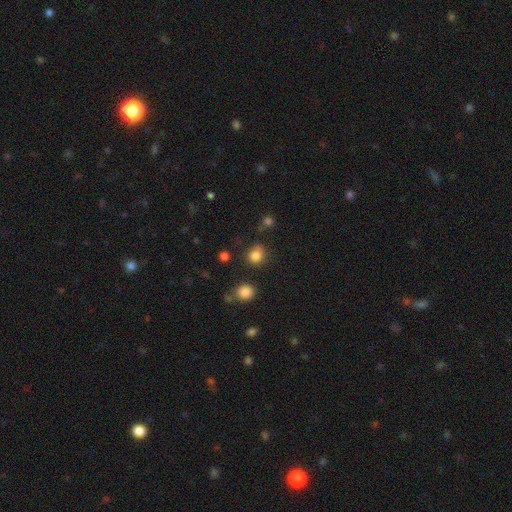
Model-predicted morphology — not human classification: smooth_or_featured: smooth (p=0.82) [alt: star or artifact p=0.13]
how_rounded: round (p=0.84) [alt: in between p=0.15]
merging: none (p=0.73) [alt: minor disturbance p=0.16]